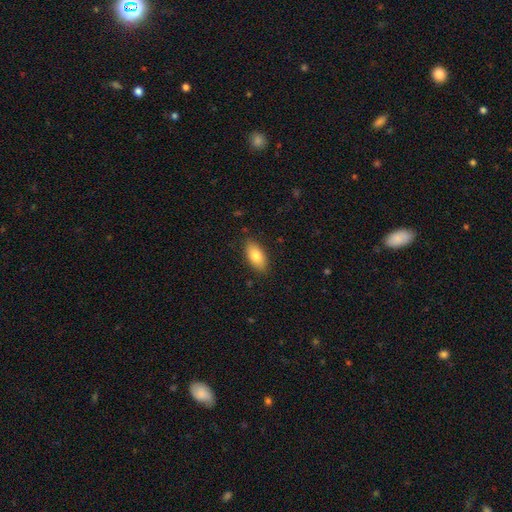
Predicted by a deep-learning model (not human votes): Smooth or featured?
  - smooth: 81% *
  - featured or disk: 13%
  - star or artifact: 7%
How rounded?
  - in between: 89% *
  - cigar-shaped: 8%
  - round: 3%
Merging?
  - none: 86% *
  - minor disturbance: 11%
  - major disturbance: 2%
  - merger: 1%